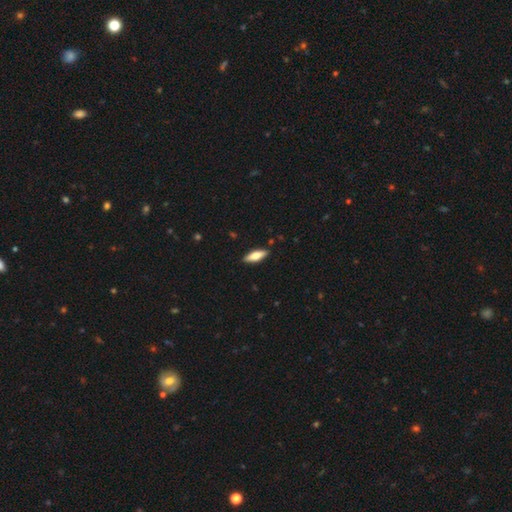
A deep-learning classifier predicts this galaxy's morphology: smooth 64%, featured or disk 30%, star or artifact 6%. Down the decision tree: how rounded — in between (57%); merging — none (88%).